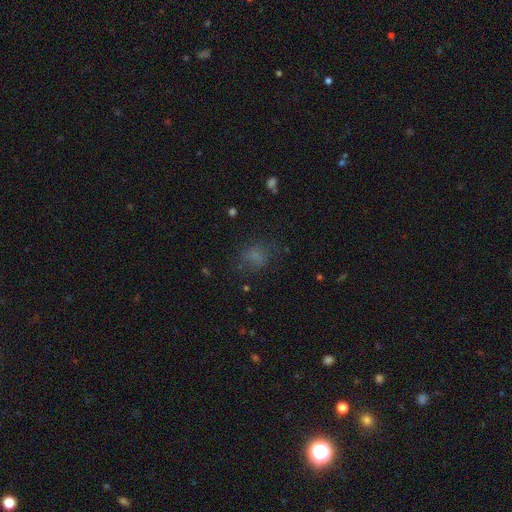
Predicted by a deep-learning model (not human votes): The model was most divided on "how rounded" (2-way tie): in between: 49%, round: 49%, cigar-shaped: 2%. More confident: smooth or featured — smooth (68%); merging — none (63%).